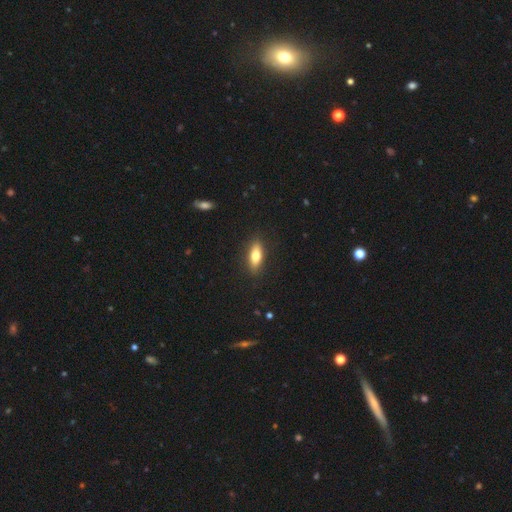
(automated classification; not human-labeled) smooth 70%, featured or disk 23%, star or artifact 7%. Down the decision tree: how rounded — in between (63%); merging — none (89%).